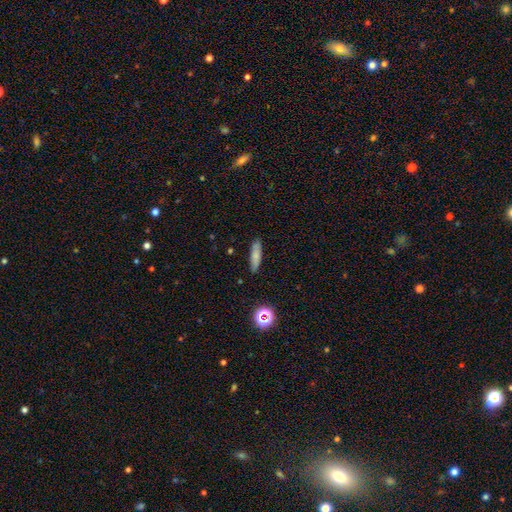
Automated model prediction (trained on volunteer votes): This is likely a smooth galaxy (74%). How rounded: likely cigar-shaped (71%). Merging: clearly none (86%).